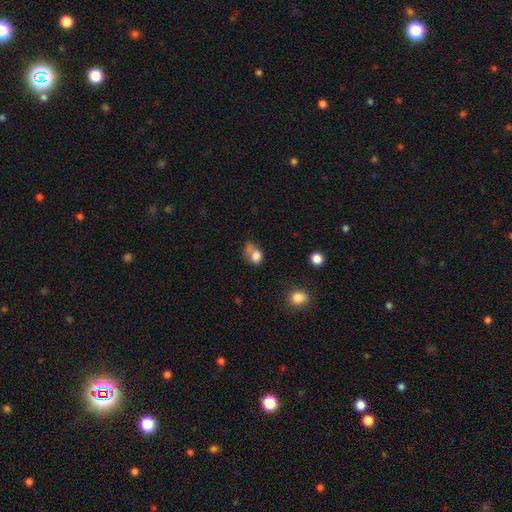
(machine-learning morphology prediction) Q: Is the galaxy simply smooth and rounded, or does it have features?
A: smooth — 77%.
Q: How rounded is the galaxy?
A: in between — 57%.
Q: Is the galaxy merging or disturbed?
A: none — 30%.